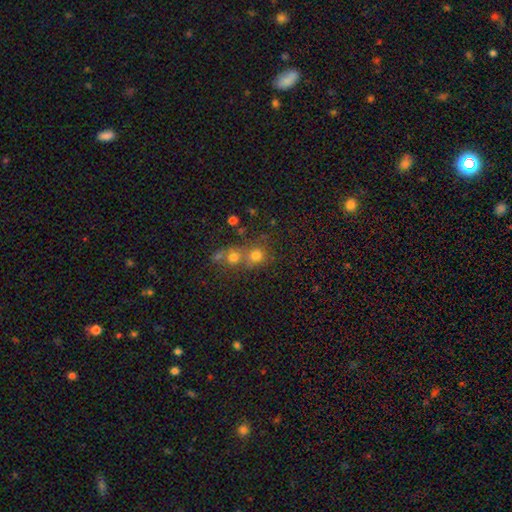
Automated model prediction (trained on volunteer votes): Overall: smooth (69%). How rounded: round (83%). Merging: merger (47%; none 43%).